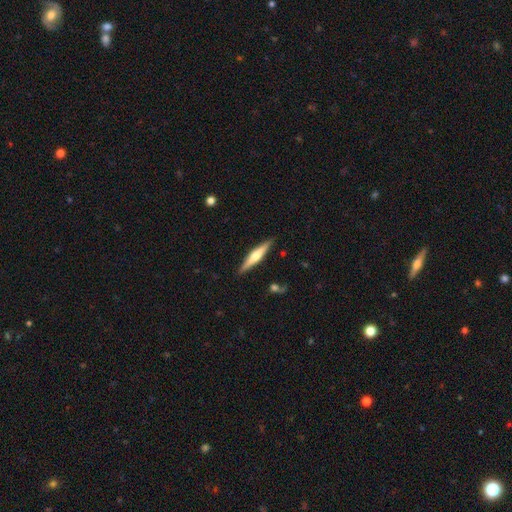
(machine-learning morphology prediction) Q: Smooth or featured?
A: featured or disk (56%); runner-up: smooth (39%)
Q: Edge-on disk?
A: yes (96%); runner-up: no (4%)
Q: Edge-on bulge?
A: rounded (83%); runner-up: none (9%)
Q: Merging?
A: none (89%); runner-up: minor disturbance (8%)